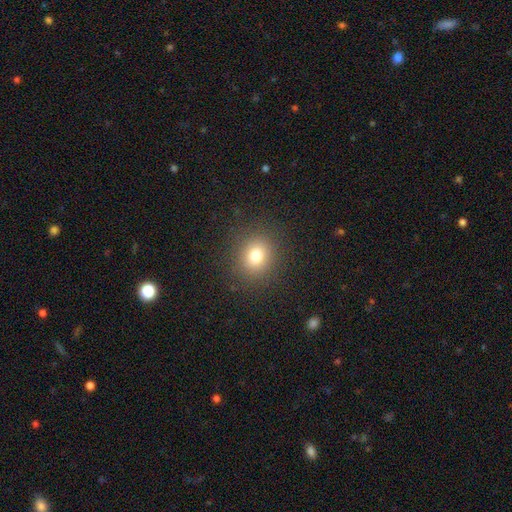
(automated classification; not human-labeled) smooth 77%, star or artifact 14%, featured or disk 8%. Down the decision tree: how rounded — round (81%); merging — none (88%).